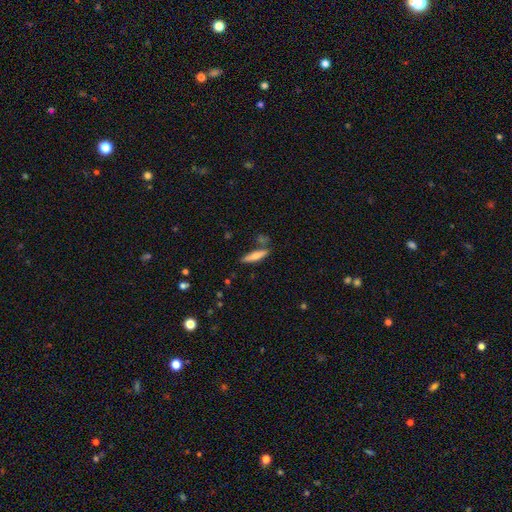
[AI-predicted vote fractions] Smooth or featured? Predicted: smooth (p=0.64). How rounded? Predicted: cigar-shaped (p=0.83). Merging? Predicted: none (p=0.73).